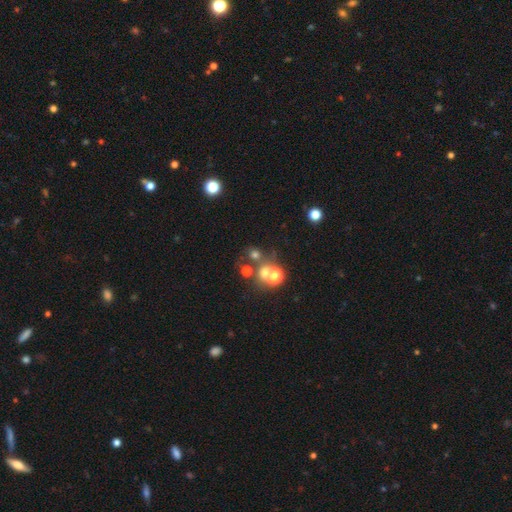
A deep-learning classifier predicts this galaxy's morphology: smooth-or-featured: star or artifact: 43% | smooth: 40% | featured or disk: 17%